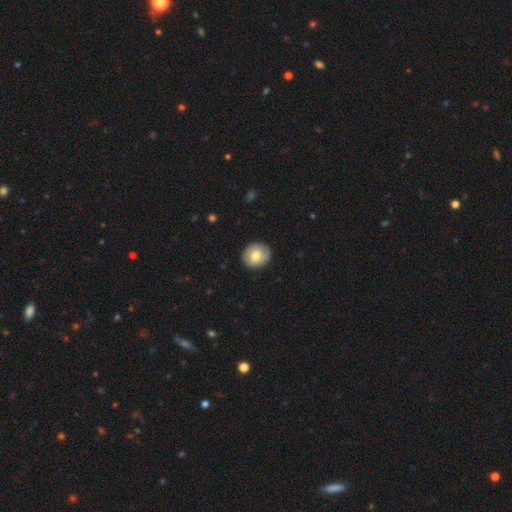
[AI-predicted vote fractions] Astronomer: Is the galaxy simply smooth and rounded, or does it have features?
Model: smooth — 65%.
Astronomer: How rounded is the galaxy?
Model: round — 78%.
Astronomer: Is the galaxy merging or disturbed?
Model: none — 86%.